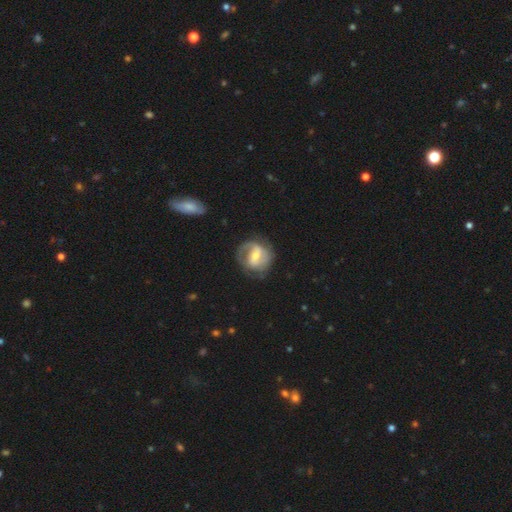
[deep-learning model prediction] Smooth or featured? featured or disk (76%)
Edge-on disk? no (97%)
Bar? weak (49%)
Spiral arms? yes (89%)
Spiral winding? medium (44%)
Spiral arm count? 2 (67%)
Bulge size? moderate (51%)
Merging? none (69%)